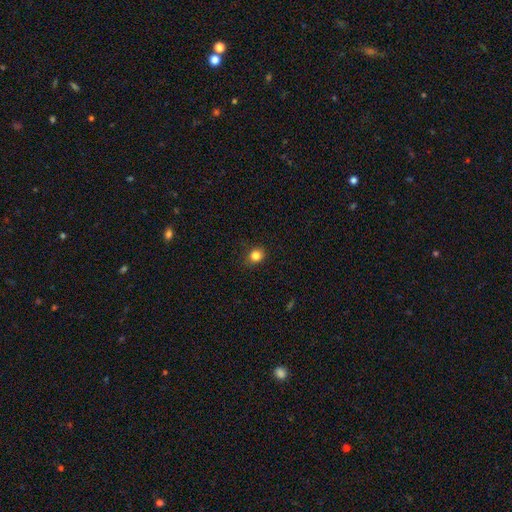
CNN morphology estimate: type=smooth (83%); roundness=round (80%); merging=none (87%).